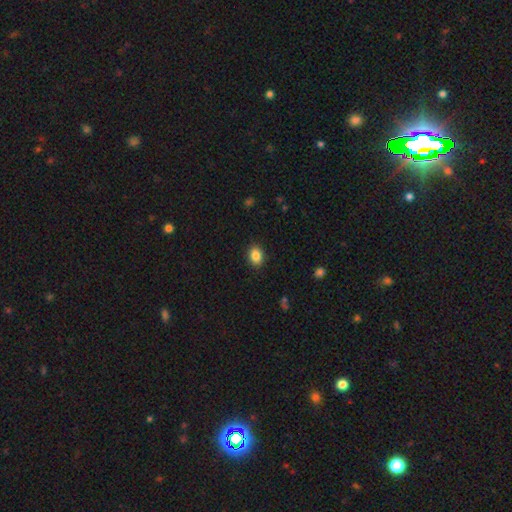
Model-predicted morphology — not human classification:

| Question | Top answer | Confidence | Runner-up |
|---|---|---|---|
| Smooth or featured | smooth | 86% | star or artifact (9%) |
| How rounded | in between | 65% | round (34%) |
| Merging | none | 90% | minor disturbance (7%) |